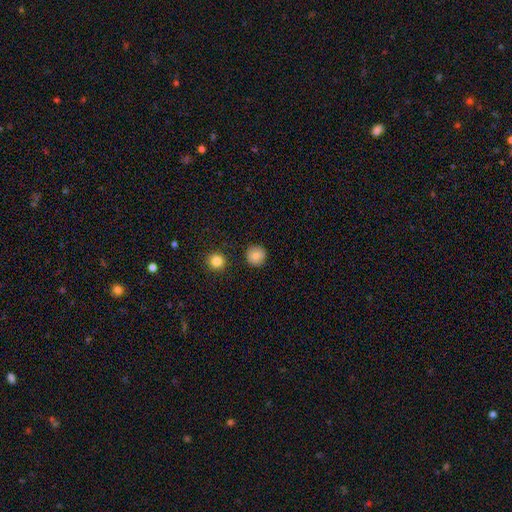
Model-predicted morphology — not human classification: Overall: smooth (85%). How rounded: round (95%). Merging: none (89%).